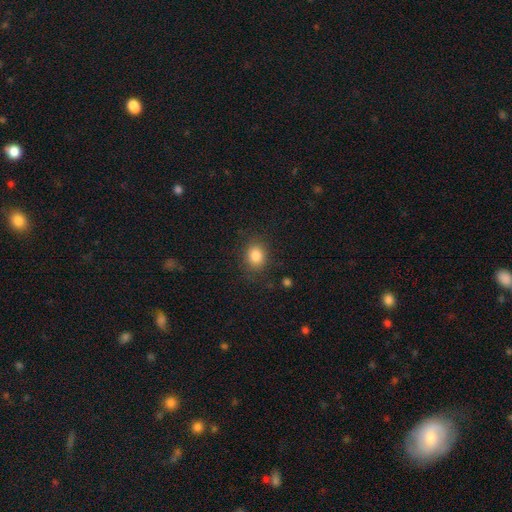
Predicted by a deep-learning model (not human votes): Smooth or featured? smooth (83%)
How rounded? round (59%)
Merging? none (85%)